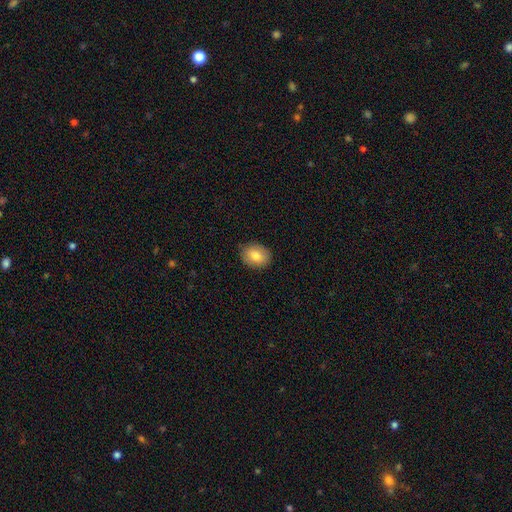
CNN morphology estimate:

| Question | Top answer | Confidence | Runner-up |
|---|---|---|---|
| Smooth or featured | smooth | 79% | featured or disk (13%) |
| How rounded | in between | 60% | round (40%) |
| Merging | none | 88% | minor disturbance (9%) |